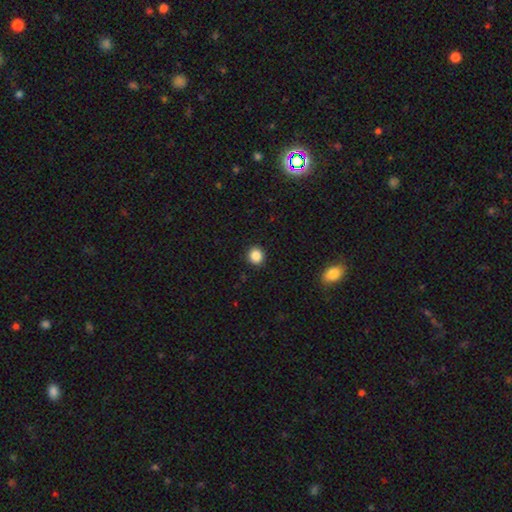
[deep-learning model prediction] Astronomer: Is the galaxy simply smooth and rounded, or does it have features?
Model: smooth — 87%.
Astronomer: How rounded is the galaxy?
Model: round — 89%.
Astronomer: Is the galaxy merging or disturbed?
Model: none — 92%.